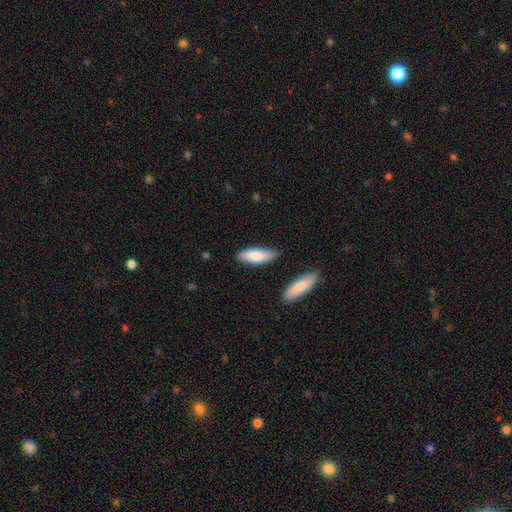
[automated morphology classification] Smooth or featured?
  - smooth: 82% *
  - featured or disk: 13%
  - star or artifact: 5%
How rounded?
  - in between: 63% *
  - cigar-shaped: 35%
  - round: 2%
Merging?
  - none: 78% *
  - minor disturbance: 15%
  - merger: 4%
  - major disturbance: 3%